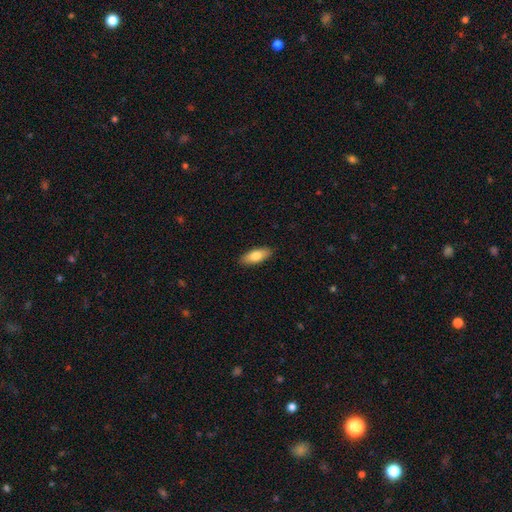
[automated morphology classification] Smooth or featured? smooth (80%)
How rounded? in between (76%)
Merging? none (89%)